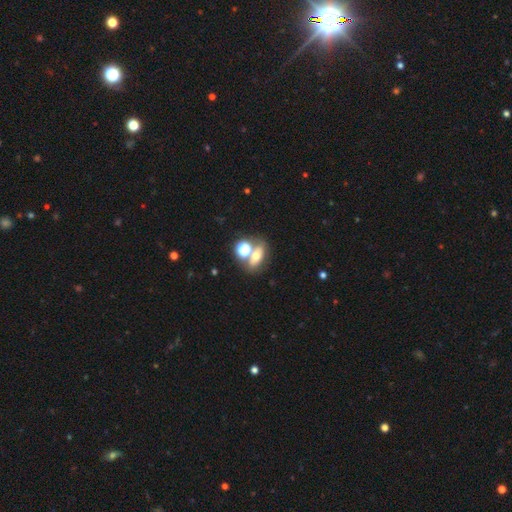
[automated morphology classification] Smooth or featured? smooth (57%)
How rounded? in between (61%)
Merging? none (50%)